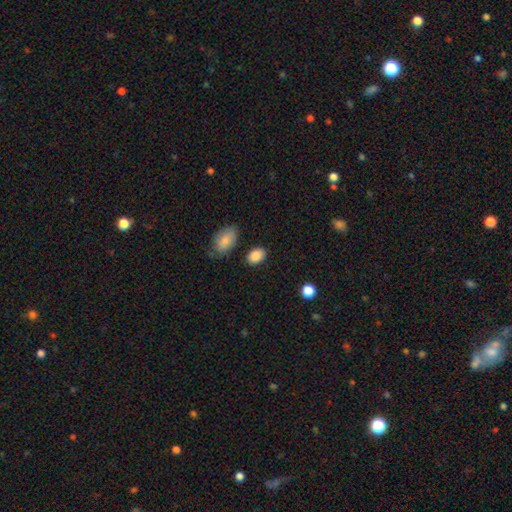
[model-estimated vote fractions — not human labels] smooth 88%, star or artifact 8%, featured or disk 4%. Down the decision tree: how rounded — in between (81%); merging — none (84%).